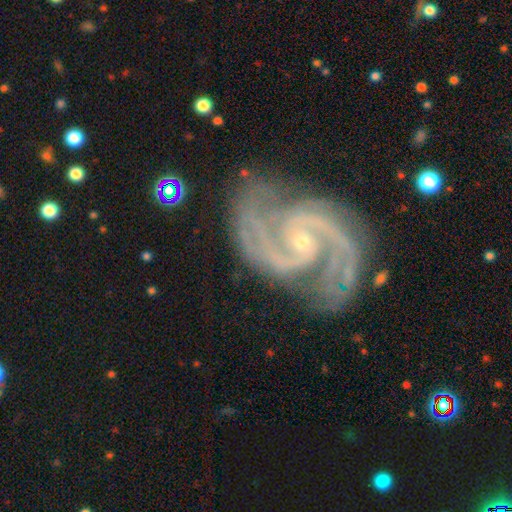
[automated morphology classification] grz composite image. It shows a featured or disk galaxy (92%) with no bar (56%), 2 (63%) medium (56%) spiral arms (99%) and a small central bulge (79%). Merging: none (65%).